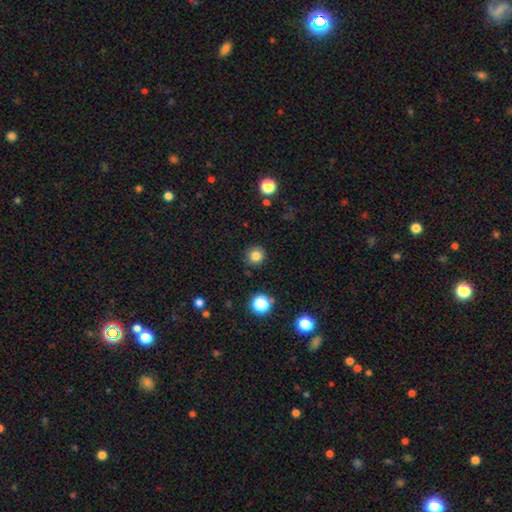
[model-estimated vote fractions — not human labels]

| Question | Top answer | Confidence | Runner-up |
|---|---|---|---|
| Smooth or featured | smooth | 81% | star or artifact (13%) |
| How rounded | round | 94% | in between (5%) |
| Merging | none | 90% | minor disturbance (6%) |